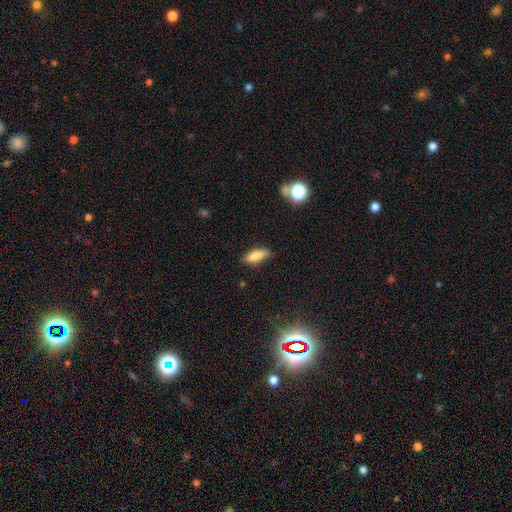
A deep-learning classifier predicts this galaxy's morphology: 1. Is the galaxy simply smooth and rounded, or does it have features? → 83% smooth, 9% featured or disk, 8% star or artifact.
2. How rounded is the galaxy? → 69% in between, 28% cigar-shaped, 2% round.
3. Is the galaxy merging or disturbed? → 76% none, 19% minor disturbance, 3% major disturbance, 2% merger.